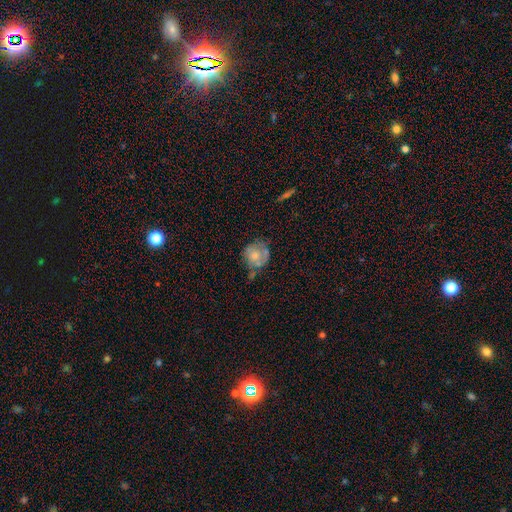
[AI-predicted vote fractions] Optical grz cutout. It shows a smooth galaxy with no disk features (56%) that is round (73%). Merging: none (39%).